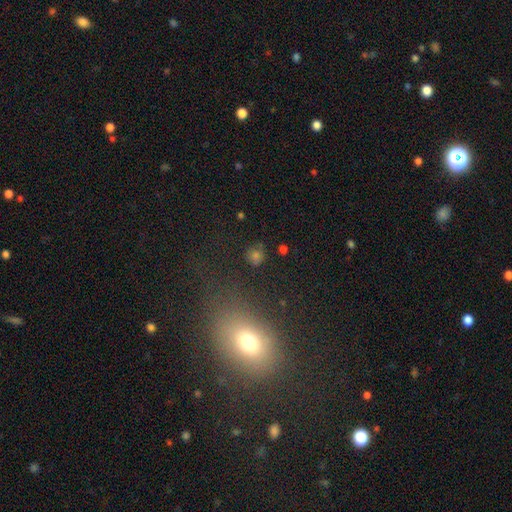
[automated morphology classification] Smooth or featured: smooth — 66% (star or artifact — 25%)
How rounded: round — 86% (in between — 13%)
Merging: none — 81% (minor disturbance — 11%)